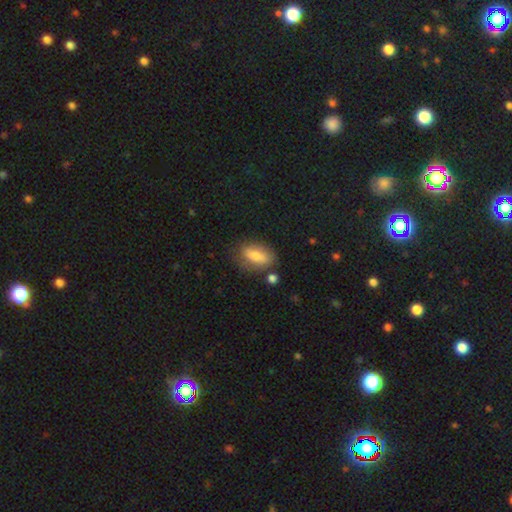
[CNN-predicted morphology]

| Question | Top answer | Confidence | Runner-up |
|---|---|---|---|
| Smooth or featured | smooth | 75% | featured or disk (17%) |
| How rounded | in between | 82% | cigar-shaped (12%) |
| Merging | none | 72% | minor disturbance (18%) |